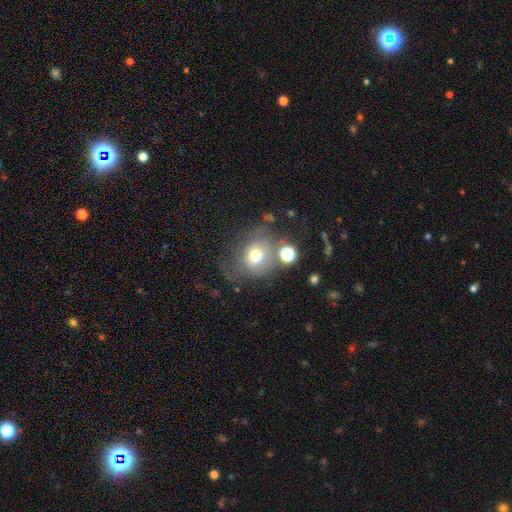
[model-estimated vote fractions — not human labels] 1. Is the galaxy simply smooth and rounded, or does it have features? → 67% smooth, 19% featured or disk, 14% star or artifact.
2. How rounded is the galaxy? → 72% round, 27% in between, 1% cigar-shaped.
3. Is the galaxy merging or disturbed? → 47% none, 22% minor disturbance, 21% major disturbance, 10% merger.